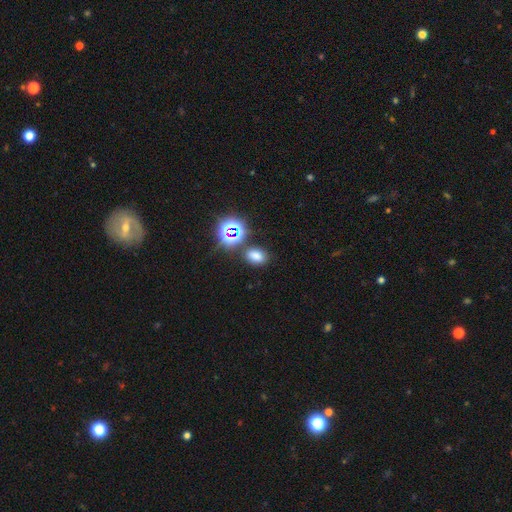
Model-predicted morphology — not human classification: Smooth or featured? Predicted: smooth (p=0.69). How rounded? Predicted: in between (p=0.74). Merging? Predicted: none (p=0.79).